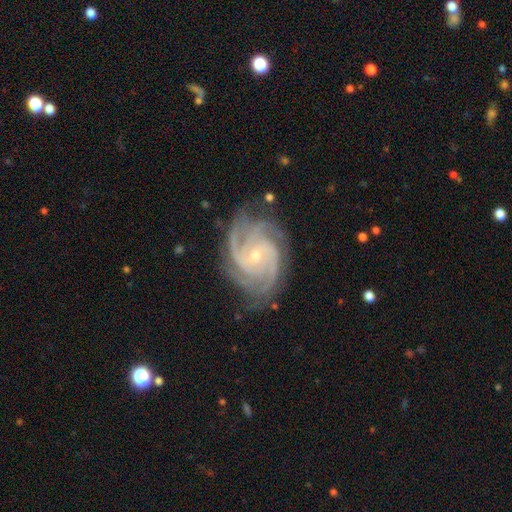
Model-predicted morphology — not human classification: Overall: featured or disk (92%). Edge-on disk: no (98%). Bar: no (64%; weak 28%). Spiral arms: yes (99%). Spiral arm count: 4 (36%; 3 32%). Spiral winding: tight (63%; medium 33%). Bulge size: small (72%). Merging: none (77%).